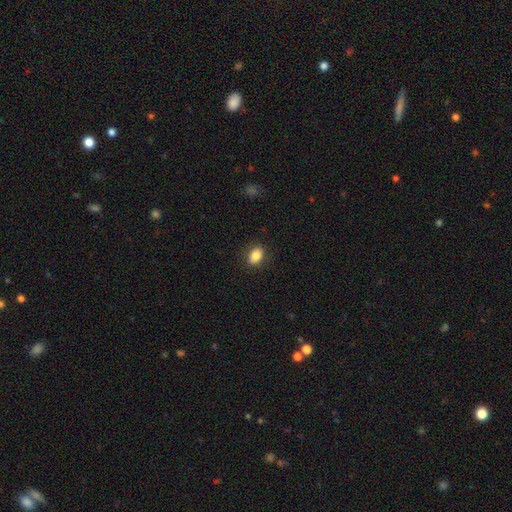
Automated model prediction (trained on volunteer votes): Smooth or featured?
  - smooth: 84% *
  - star or artifact: 8%
  - featured or disk: 7%
How rounded?
  - in between: 76% *
  - round: 22%
  - cigar-shaped: 1%
Merging?
  - none: 87% *
  - minor disturbance: 9%
  - major disturbance: 2%
  - merger: 1%